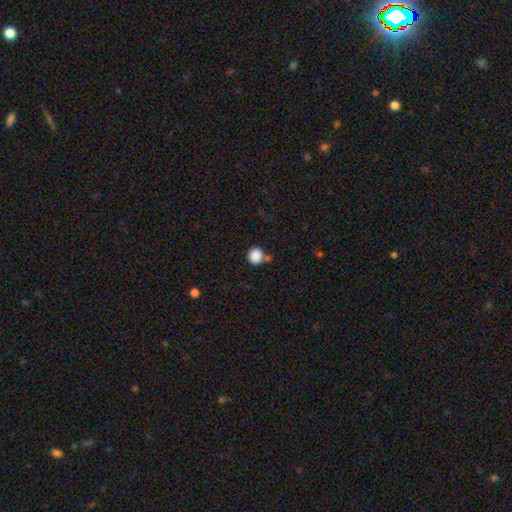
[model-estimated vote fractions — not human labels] A smooth galaxy with no disk features (87%) that is round (91%).

Vote fractions:
- Smooth or featured? smooth: 87% / star or artifact: 10% / featured or disk: 3%
- How rounded? round: 91% / in between: 8% / cigar-shaped: 1%
- Merging? none: 73% / merger: 12% / minor disturbance: 11% / major disturbance: 4%